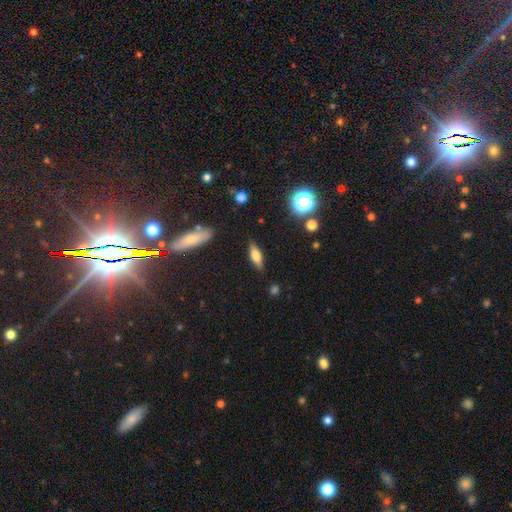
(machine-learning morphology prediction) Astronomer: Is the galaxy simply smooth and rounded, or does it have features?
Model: smooth — 53% (runner-up: featured or disk, 38%).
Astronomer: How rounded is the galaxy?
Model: in between — 53% (runner-up: cigar-shaped, 43%).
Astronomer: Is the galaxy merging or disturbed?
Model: none — 84%.